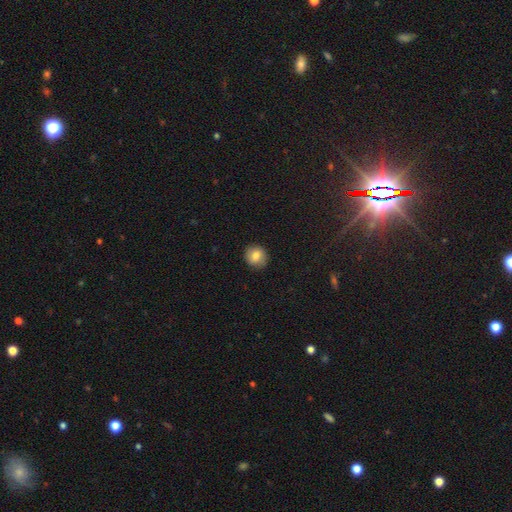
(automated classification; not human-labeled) smooth_or_featured: smooth (p=0.81) [alt: star or artifact p=0.10]
how_rounded: round (p=0.85) [alt: in between p=0.14]
merging: none (p=0.88) [alt: minor disturbance p=0.09]